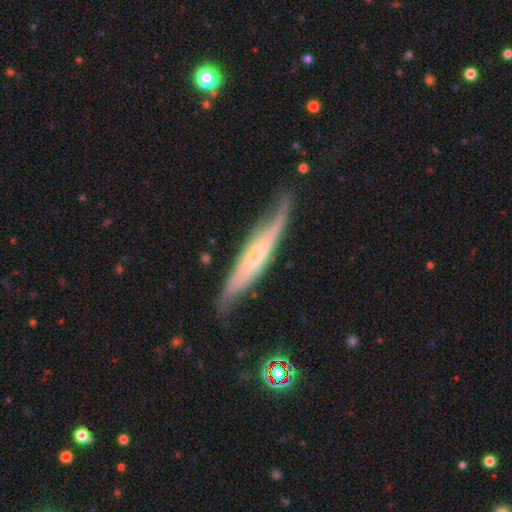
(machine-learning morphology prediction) A featured or disk galaxy (62%) viewed edge-on (69%). Merging: none (59%).